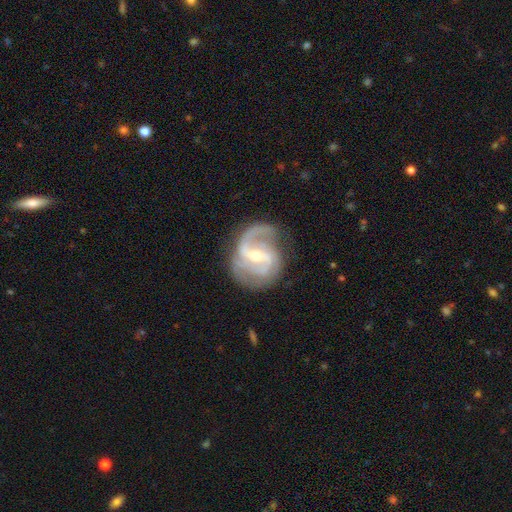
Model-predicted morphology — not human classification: featured or disk 90%, smooth 5%, star or artifact 5%. Down the decision tree: edge-on disk — no (98%); bar — weak (51%); spiral arms — yes (97%); spiral arm count — 2 (68%); spiral winding — medium (52%); bulge size — small (50%); merging — none (68%).